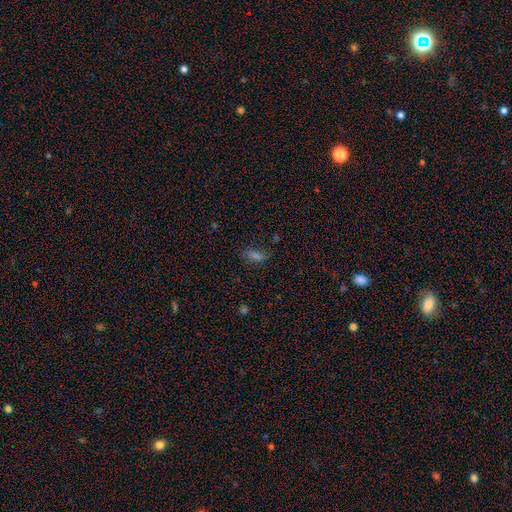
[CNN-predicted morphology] smooth_or_featured: smooth (p=0.65) [alt: star or artifact p=0.24]
how_rounded: in between (p=0.77) [alt: cigar-shaped p=0.16]
merging: none (p=0.69) [alt: minor disturbance p=0.20]